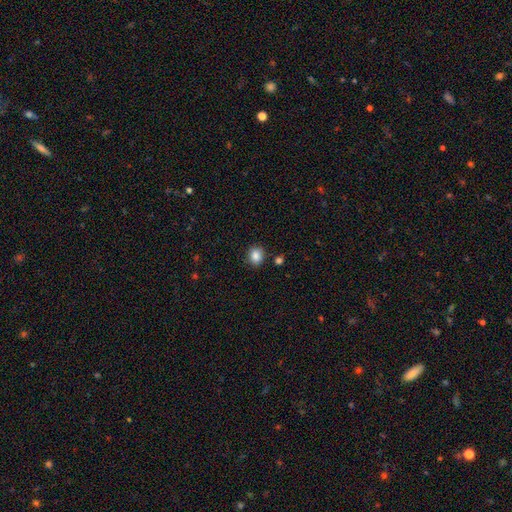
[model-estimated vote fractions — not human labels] Morphology: type=smooth (86%); roundness=round (68%); merging=none (86%).